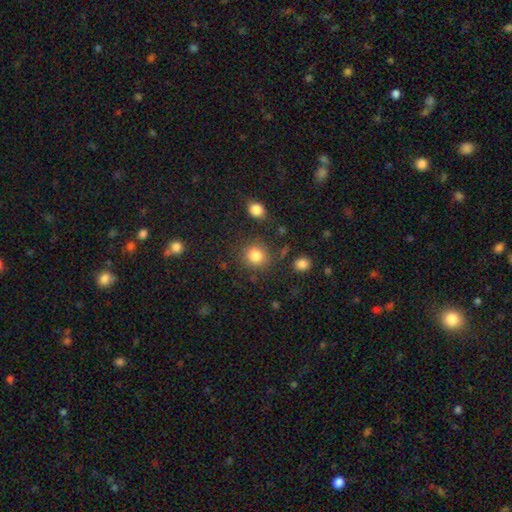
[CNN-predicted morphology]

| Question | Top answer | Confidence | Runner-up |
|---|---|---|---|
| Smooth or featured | smooth | 83% | star or artifact (11%) |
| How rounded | round | 87% | in between (12%) |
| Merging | none | 80% | minor disturbance (11%) |